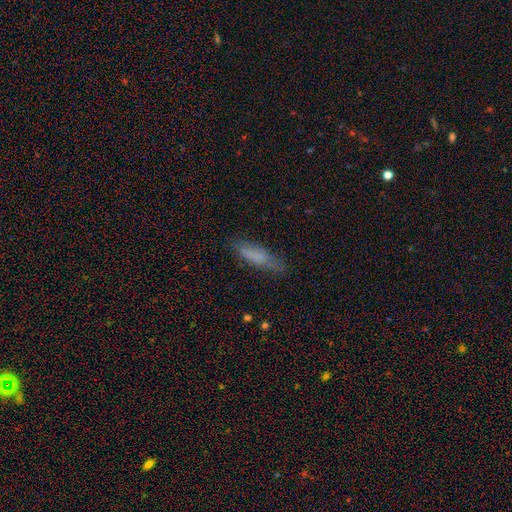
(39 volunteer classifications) smooth_or_featured: smooth (p=0.69) [alt: featured or disk p=0.26]
how_rounded: cigar-shaped (p=0.81) [alt: in between p=0.19]
merging: none (p=0.65) [alt: minor disturbance p=0.27]